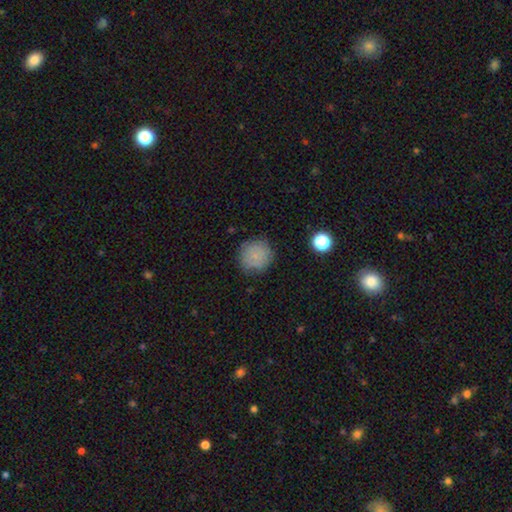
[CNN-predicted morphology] Smooth or featured: smooth — 78% (featured or disk — 11%)
How rounded: round — 92% (in between — 7%)
Merging: none — 80% (minor disturbance — 15%)